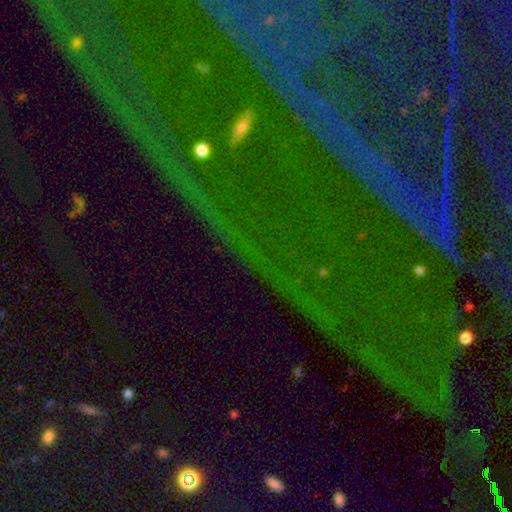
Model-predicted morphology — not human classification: Overall: star or artifact (73%).